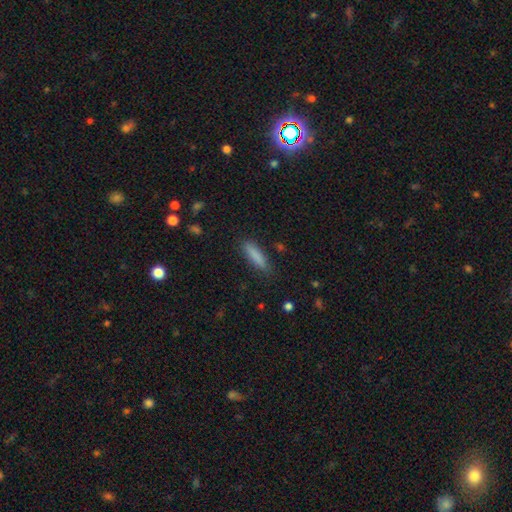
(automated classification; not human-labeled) Smooth or featured? Predicted: smooth (p=0.85). How rounded? Predicted: cigar-shaped (p=0.72). Merging? Predicted: none (p=0.85).